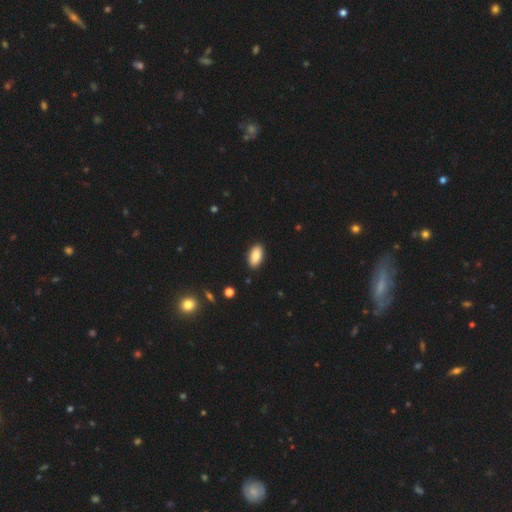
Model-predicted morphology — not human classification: Smooth or featured: smooth — 87% (star or artifact — 7%)
How rounded: in between — 93% (cigar-shaped — 4%)
Merging: none — 90% (minor disturbance — 8%)